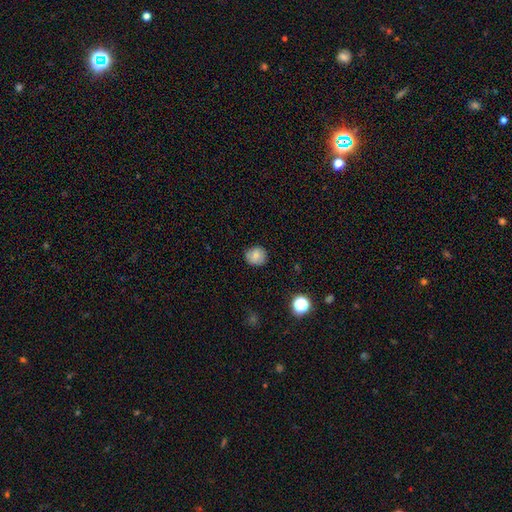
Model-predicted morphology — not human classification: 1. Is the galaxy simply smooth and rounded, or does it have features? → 78% smooth, 11% featured or disk, 11% star or artifact.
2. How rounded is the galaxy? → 87% round, 12% in between, 1% cigar-shaped.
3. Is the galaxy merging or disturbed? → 84% none, 12% minor disturbance, 3% major disturbance, 1% merger.